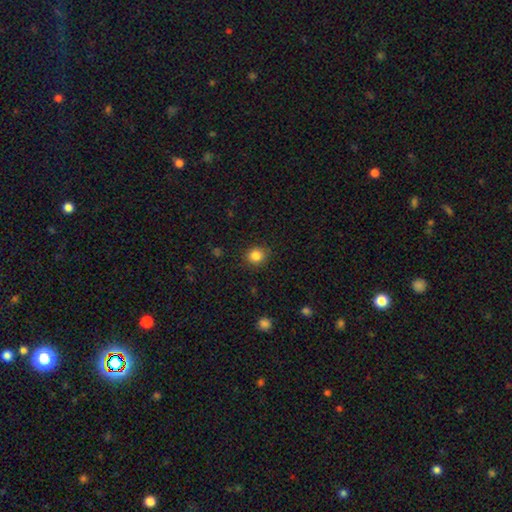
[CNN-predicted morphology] A smooth galaxy with no disk features (85%) that is round (85%). Merging: none (88%).